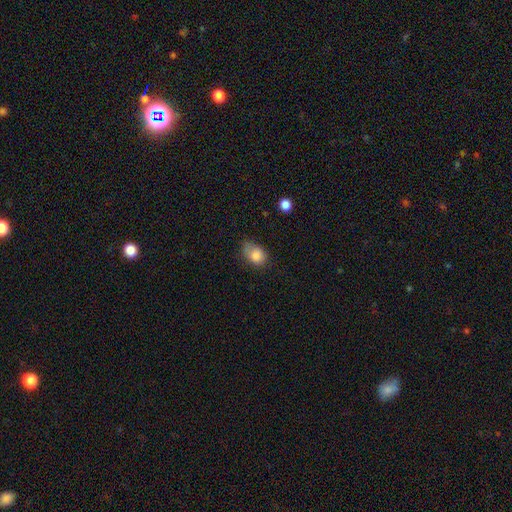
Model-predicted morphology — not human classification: Overall: smooth (82%). How rounded: in between (65%; round 33%). Merging: none (44%; minor disturbance 39%).